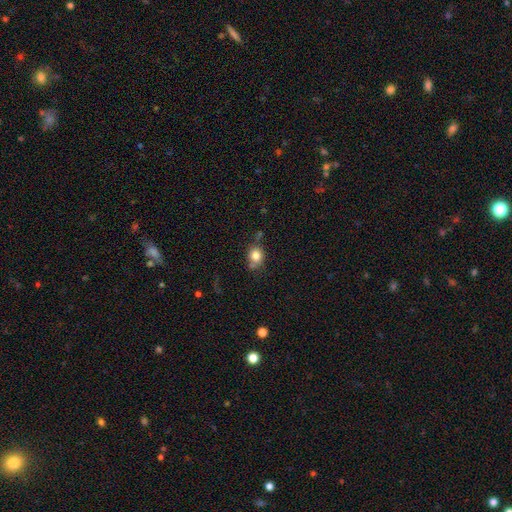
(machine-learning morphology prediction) smooth 81%, star or artifact 11%, featured or disk 9%. Down the decision tree: how rounded — round (71%); merging — none (65%).